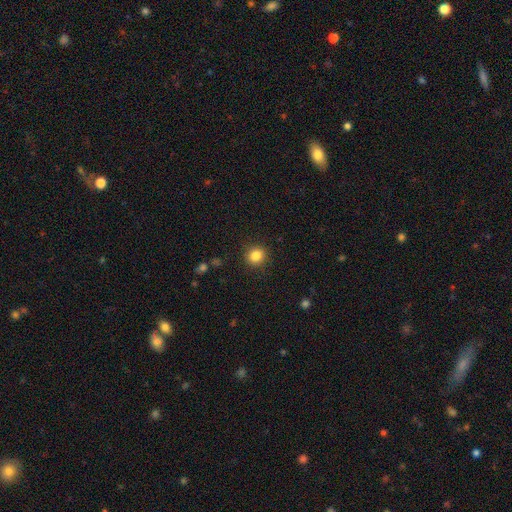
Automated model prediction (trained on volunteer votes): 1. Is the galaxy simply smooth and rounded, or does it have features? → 85% smooth, 11% star or artifact, 5% featured or disk.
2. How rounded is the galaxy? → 79% round, 20% in between, 1% cigar-shaped.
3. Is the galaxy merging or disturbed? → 89% none, 7% minor disturbance, 2% major disturbance, 1% merger.